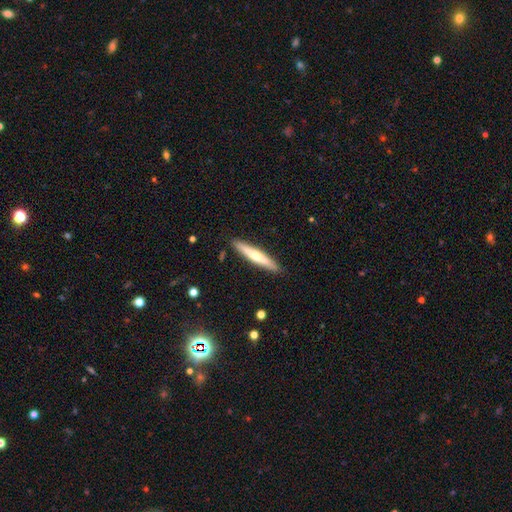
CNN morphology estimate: This appears to be a featured or disk galaxy (49%). Merging: none (90%).